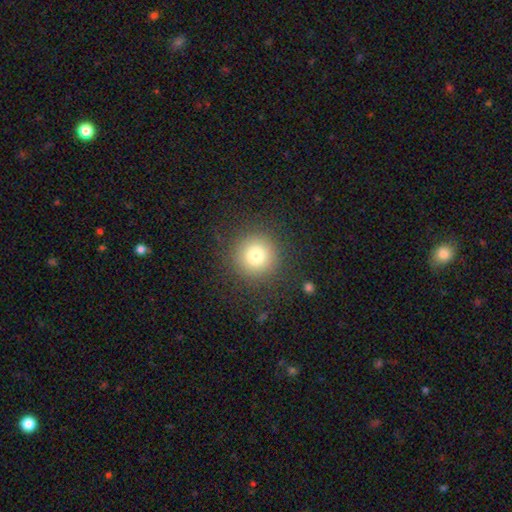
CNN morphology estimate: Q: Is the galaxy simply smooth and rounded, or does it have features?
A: smooth — 77%.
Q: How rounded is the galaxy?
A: round — 95%.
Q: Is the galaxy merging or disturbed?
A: none — 86%.